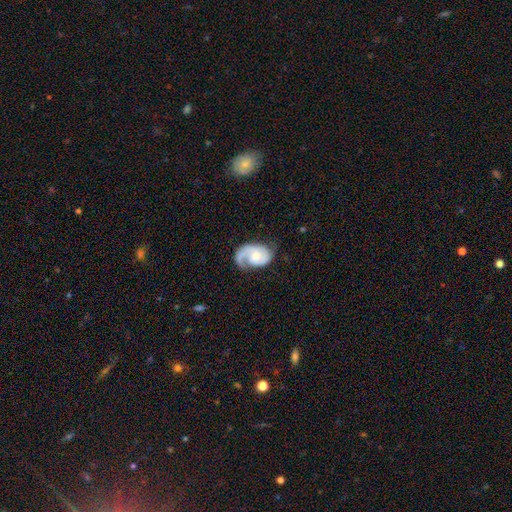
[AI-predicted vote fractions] Smooth or featured?
  - featured or disk: 78% *
  - smooth: 17%
  - star or artifact: 5%
Edge-on disk?
  - no: 97% *
  - yes: 3%
Bar?
  - no: 68% *
  - weak: 27%
  - strong: 4%
Spiral arms?
  - yes: 94% *
  - no: 6%
Spiral winding?
  - medium: 41% *
  - tight: 33%
  - loose: 26%
Spiral arm count?
  - 1: 49% *
  - 2: 43%
  - can't tell: 5%
  - 3: 1%
  - 4: 1%
  - more than 4: 1%
Bulge size?
  - moderate: 46% *
  - small: 43%
  - none: 5%
  - large: 5%
  - dominant: 1%
Merging?
  - none: 51% *
  - minor disturbance: 25%
  - major disturbance: 22%
  - merger: 2%